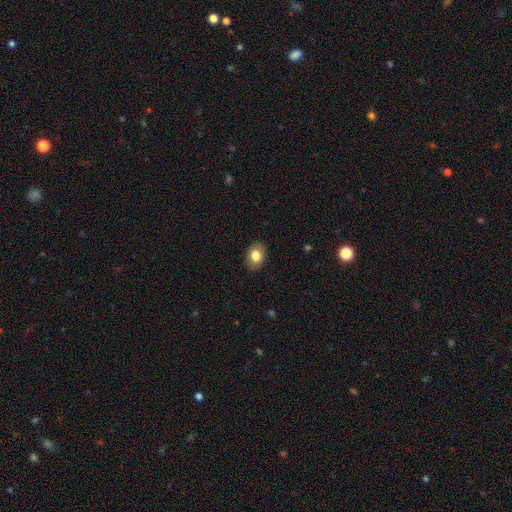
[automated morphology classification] Smooth or featured? smooth (81%)
How rounded? in between (74%)
Merging? none (88%)